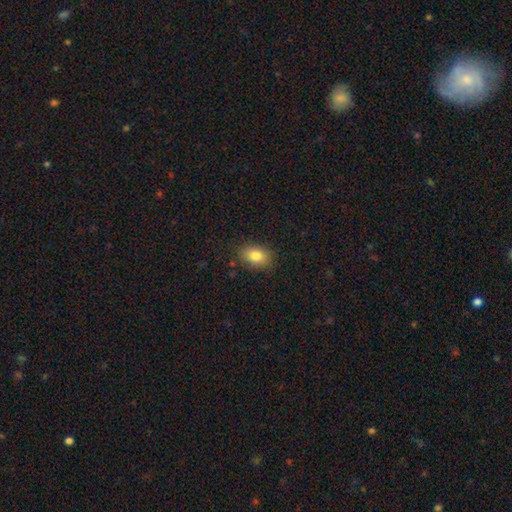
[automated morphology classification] This appears to be a smooth galaxy with no disk features (82%) that is in between round and cigar-shaped (84%). Merging: none (85%).